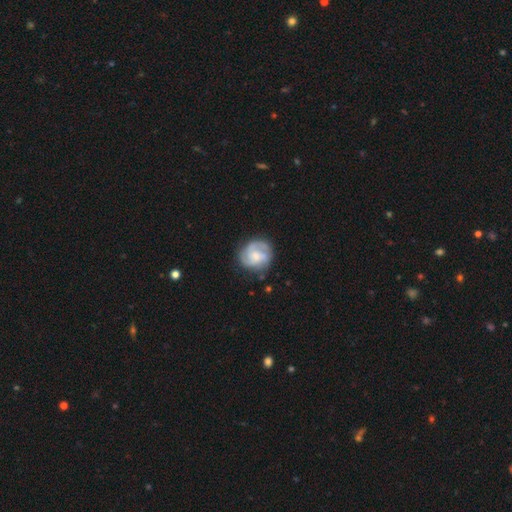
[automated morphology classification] featured or disk 71%, smooth 23%, star or artifact 6%. Down the decision tree: edge-on disk — no (98%); bar — no (62%); spiral arms — yes (92%); spiral arm count — 3 (42%); spiral winding — tight (45%); bulge size — small (47%); merging — none (72%).